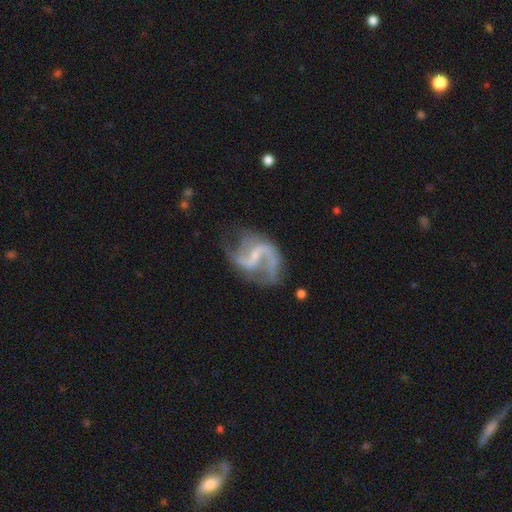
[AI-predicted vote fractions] The model was most divided on "bar": weak: 49%, strong: 30%, no: 21%. More confident: edge-on disk — no (98%); spiral arms — yes (96%); smooth or featured — featured or disk (89%); spiral arm count — 2 (86%); bulge size — small (63%); merging — none (60%); spiral winding — loose (58%).